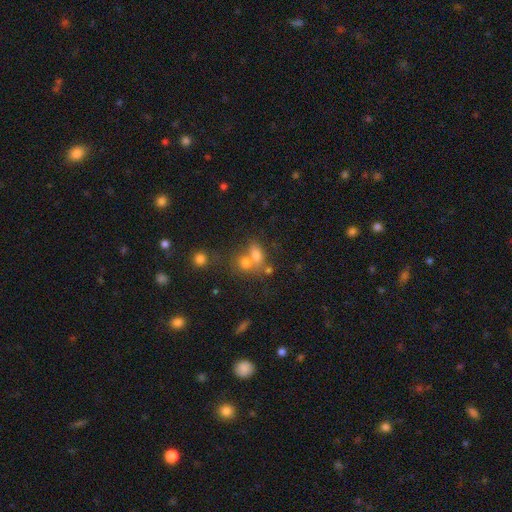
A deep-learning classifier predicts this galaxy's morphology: smooth 70%, featured or disk 15%, star or artifact 14%. Down the decision tree: how rounded — in between (69%); merging — merger (49%).